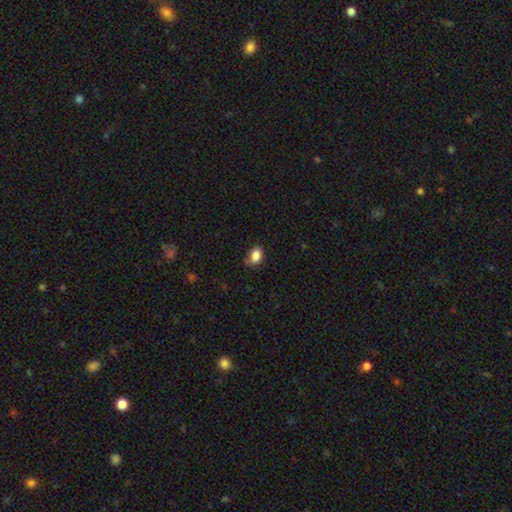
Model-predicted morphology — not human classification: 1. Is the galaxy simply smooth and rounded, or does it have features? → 86% smooth, 10% star or artifact, 5% featured or disk.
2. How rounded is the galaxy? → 73% in between, 26% round, 1% cigar-shaped.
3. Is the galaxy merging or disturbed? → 69% none, 25% minor disturbance, 5% major disturbance, 2% merger.